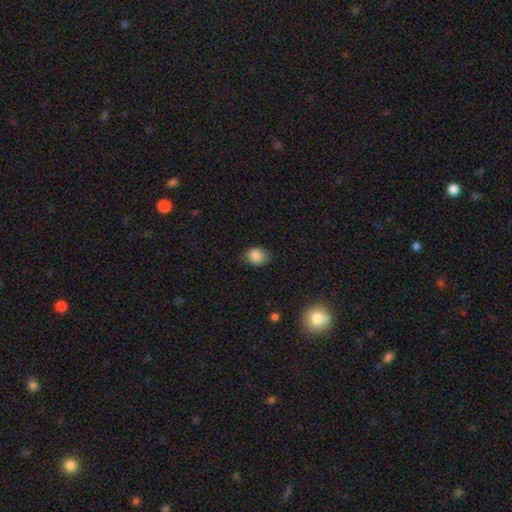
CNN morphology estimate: A smooth galaxy with no disk features (86%) that is in between round and cigar-shaped (55%).

Vote fractions:
- Smooth or featured? smooth: 86% / star or artifact: 9% / featured or disk: 4%
- How rounded? in between: 55% / round: 44% / cigar-shaped: 1%
- Merging? none: 73% / minor disturbance: 22% / major disturbance: 4% / merger: 1%